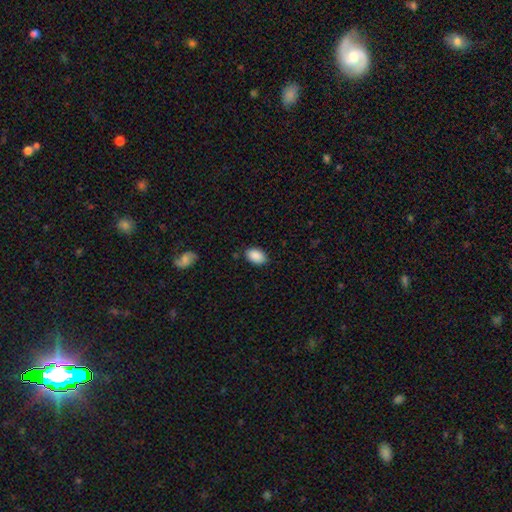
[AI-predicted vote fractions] Smooth or featured? Predicted: smooth (p=0.89). How rounded? Predicted: in between (p=0.88). Merging? Predicted: none (p=0.84).